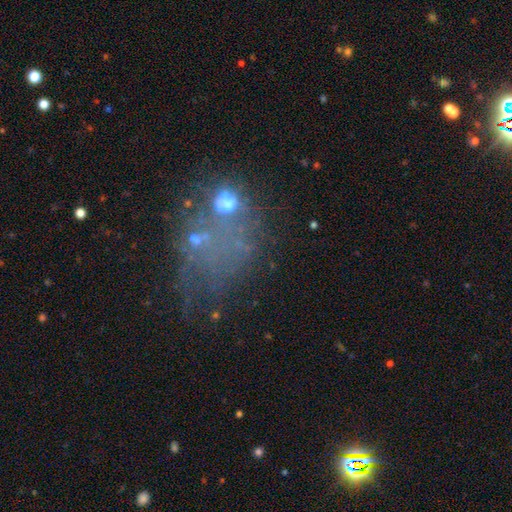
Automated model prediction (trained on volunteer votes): A star or artifact, not a galaxy (39%).

Vote fractions:
- Smooth or featured? star or artifact: 39% / featured or disk: 33% / smooth: 28%